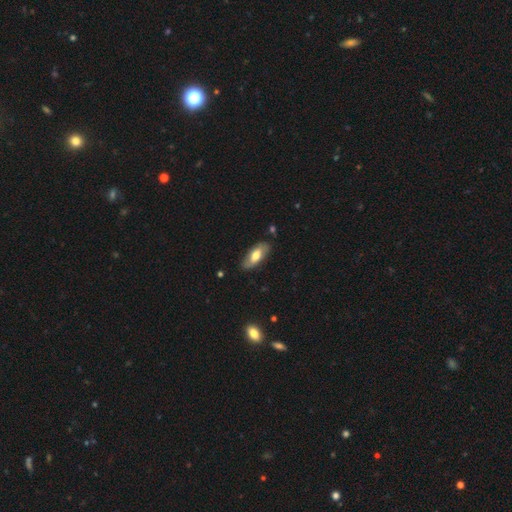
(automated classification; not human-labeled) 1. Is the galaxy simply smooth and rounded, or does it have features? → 60% smooth, 35% featured or disk, 6% star or artifact.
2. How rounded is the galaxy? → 84% in between, 14% cigar-shaped, 2% round.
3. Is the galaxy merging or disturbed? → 81% none, 14% minor disturbance, 3% major disturbance, 1% merger.